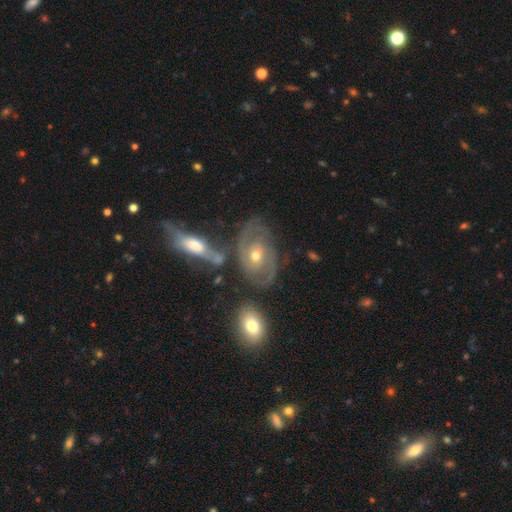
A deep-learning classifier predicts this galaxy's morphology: smooth_or_featured: featured or disk (p=0.83) [alt: smooth p=0.11]
disk_edge_on: no (p=0.95) [alt: yes p=0.05]
bar: no (p=0.59) [alt: weak p=0.32]
has_spiral_arms: yes (p=0.92) [alt: no p=0.08]
spiral_winding: tight (p=0.50) [alt: medium p=0.39]
spiral_arm_count: 2 (p=0.67) [alt: can't tell p=0.17]
bulge_size: moderate (p=0.56) [alt: small p=0.40]
merging: none (p=0.58) [alt: minor disturbance p=0.19]